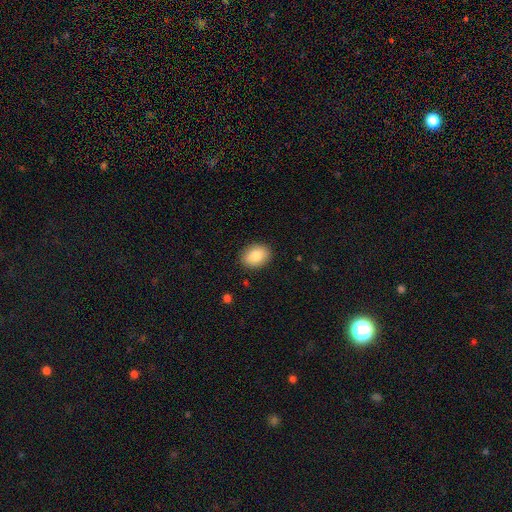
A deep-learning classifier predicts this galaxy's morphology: Smooth or featured: smooth — 84% (featured or disk — 9%)
How rounded: in between — 72% (round — 27%)
Merging: none — 89% (minor disturbance — 8%)